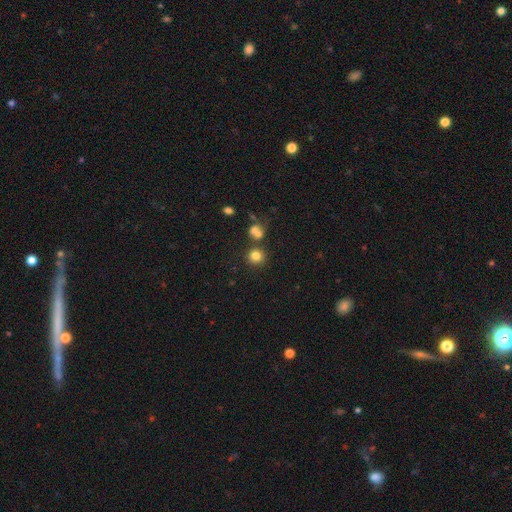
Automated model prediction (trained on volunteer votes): smooth-or-featured: smooth: 80% | star or artifact: 13% | featured or disk: 7%
  how-rounded: round: 89% | in between: 10% | cigar-shaped: 1%
  merging: none: 72% | merger: 17% | minor disturbance: 8% | major disturbance: 3%